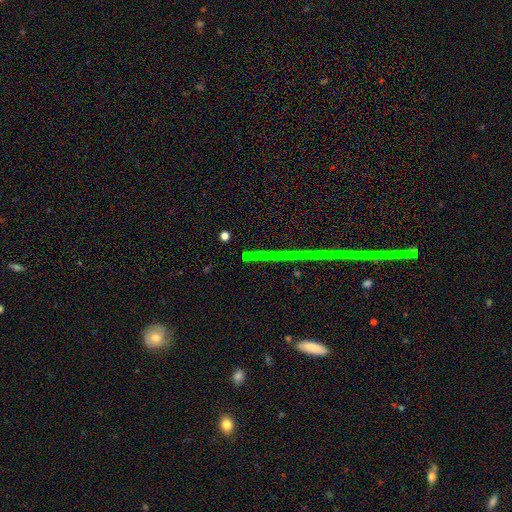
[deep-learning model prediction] This appears to be a star or artifact, not a galaxy (75%).